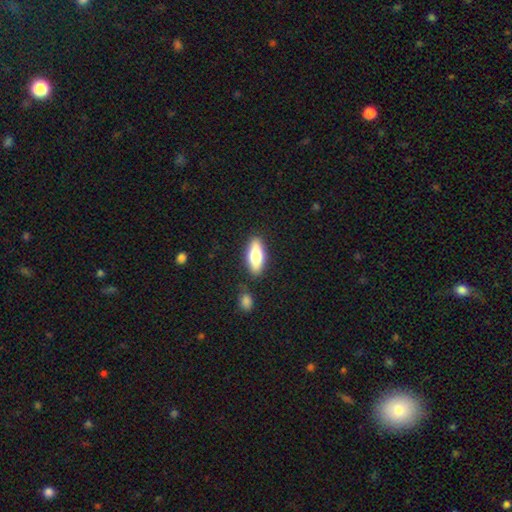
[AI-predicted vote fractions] smooth 71%, featured or disk 22%, star or artifact 6%. Down the decision tree: how rounded — in between (71%); merging — none (83%).